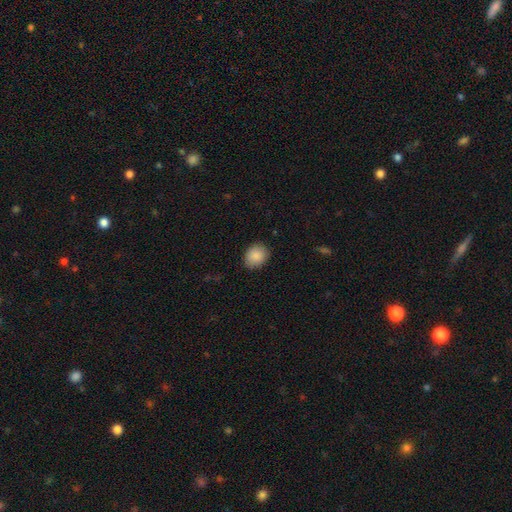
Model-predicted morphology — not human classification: Smooth or featured? smooth (88%)
How rounded? round (56%)
Merging? none (85%)